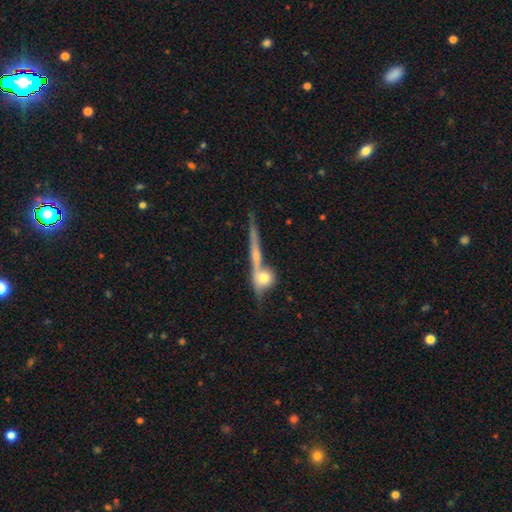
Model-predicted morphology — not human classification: Smooth or featured?
  - featured or disk: 51% *
  - smooth: 32%
  - star or artifact: 17%
Edge-on disk?
  - yes: 77% *
  - no: 23%
Merging?
  - none: 47% *
  - merger: 32%
  - minor disturbance: 12%
  - major disturbance: 9%